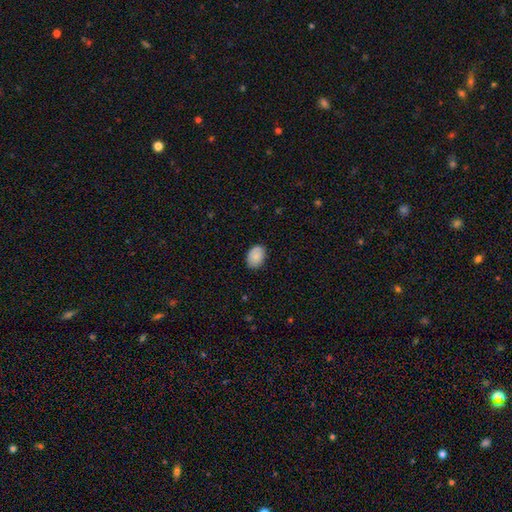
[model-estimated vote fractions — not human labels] The model was most divided on "how rounded": in between: 80%, round: 19%, cigar-shaped: 1%. More confident: smooth or featured — smooth (88%); merging — none (84%).